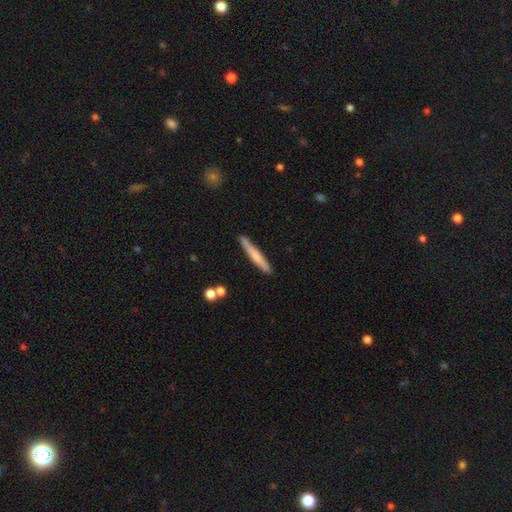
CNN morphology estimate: This appears to be a smooth galaxy with no disk features (64%) that is cigar-shaped (95%). Merging: none (87%).